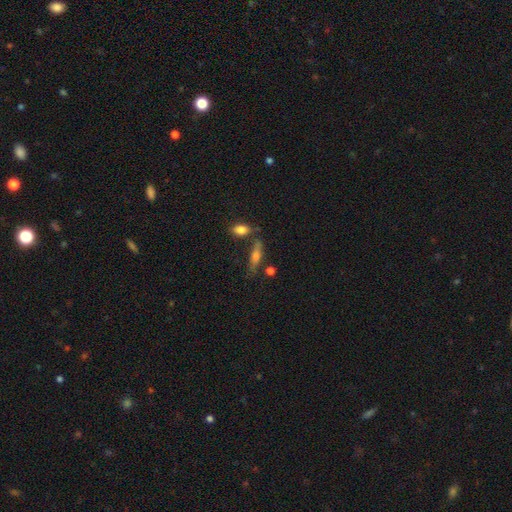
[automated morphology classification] Smooth or featured: smooth — 56% (featured or disk — 33%)
How rounded: cigar-shaped — 60% (in between — 35%)
Merging: none — 63% (minor disturbance — 17%)